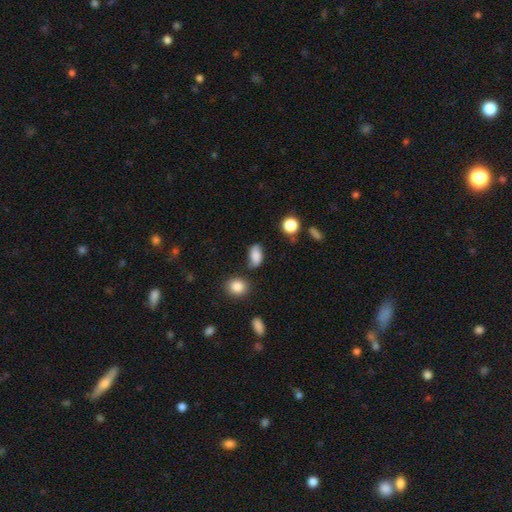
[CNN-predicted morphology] type=smooth (78%); roundness=in between (86%); merging=none (66%).